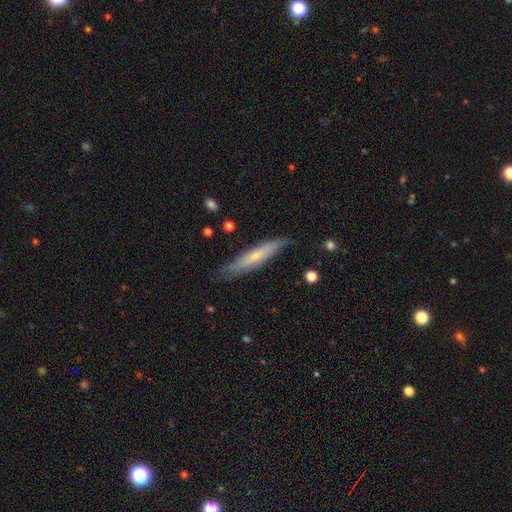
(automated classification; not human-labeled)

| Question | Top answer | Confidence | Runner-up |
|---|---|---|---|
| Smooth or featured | featured or disk | 49% | smooth (45%) |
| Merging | none | 79% | minor disturbance (17%) |